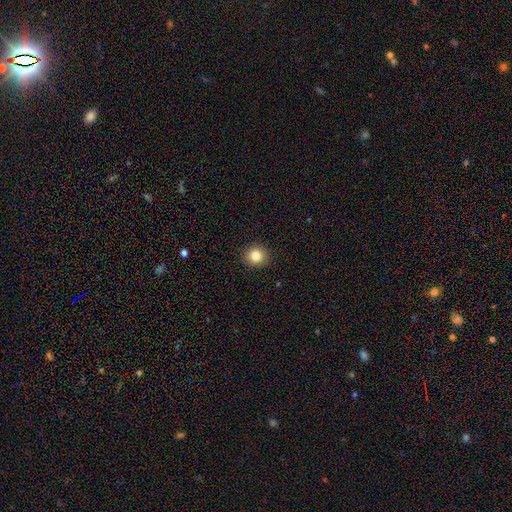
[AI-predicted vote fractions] A smooth galaxy with no disk features (83%) that is round (91%).

Vote fractions:
- Smooth or featured? smooth: 83% / star or artifact: 11% / featured or disk: 6%
- How rounded? round: 91% / in between: 8% / cigar-shaped: 1%
- Merging? none: 92% / minor disturbance: 5% / major disturbance: 2% / merger: 1%